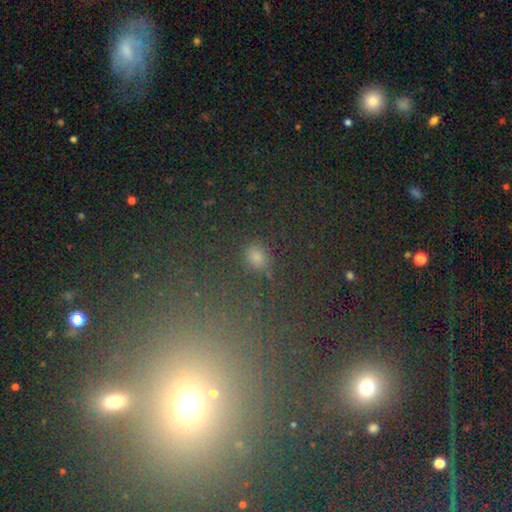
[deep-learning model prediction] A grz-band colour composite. It shows a smooth galaxy with no disk features (64%) that is round (57%). Merging: none (76%).